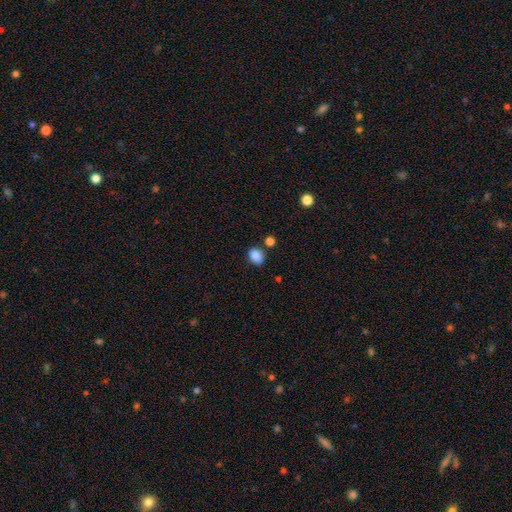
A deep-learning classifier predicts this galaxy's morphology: Overall: smooth (87%). How rounded: in between (54%; round 45%). Merging: none (75%).